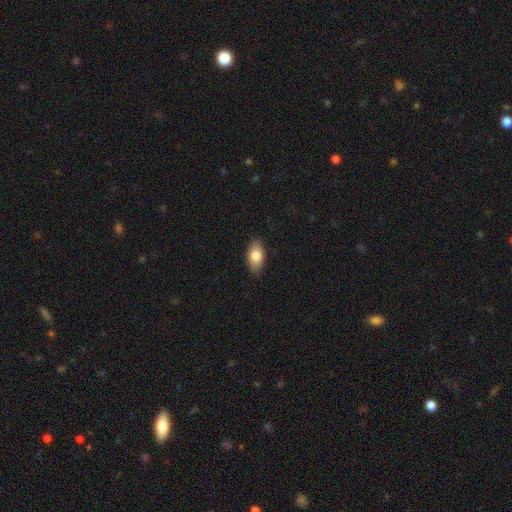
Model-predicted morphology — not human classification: The model was most divided on "smooth or featured": smooth: 81%, featured or disk: 12%, star or artifact: 7%. More confident: how rounded — in between (92%); merging — none (86%).